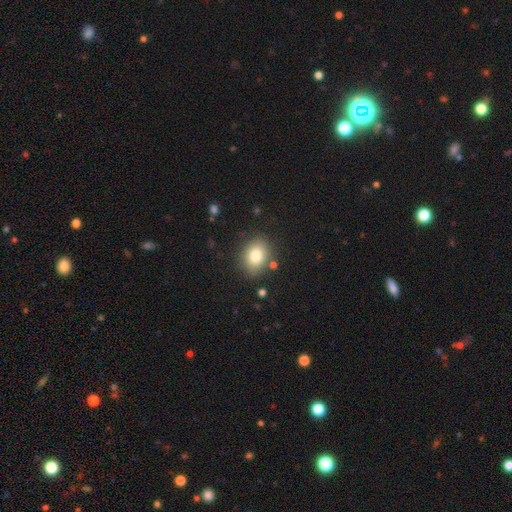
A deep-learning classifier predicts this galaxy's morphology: Smooth or featured?
  - smooth: 80% *
  - featured or disk: 10%
  - star or artifact: 10%
How rounded?
  - in between: 54% *
  - round: 45%
  - cigar-shaped: 1%
Merging?
  - none: 83% *
  - minor disturbance: 10%
  - merger: 3%
  - major disturbance: 3%